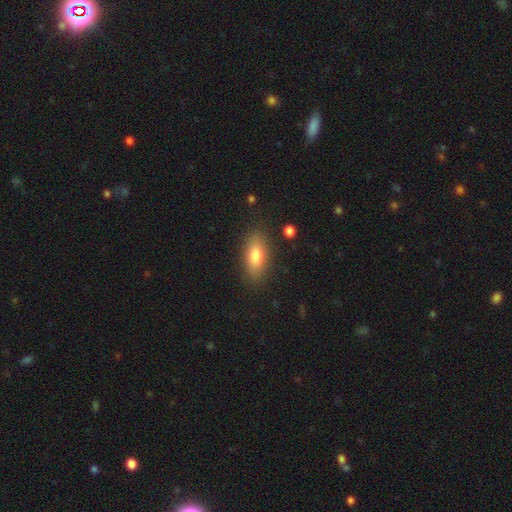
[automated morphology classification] This is likely a smooth galaxy (78%). How rounded: clearly in between (81%). Merging: clearly none (85%).